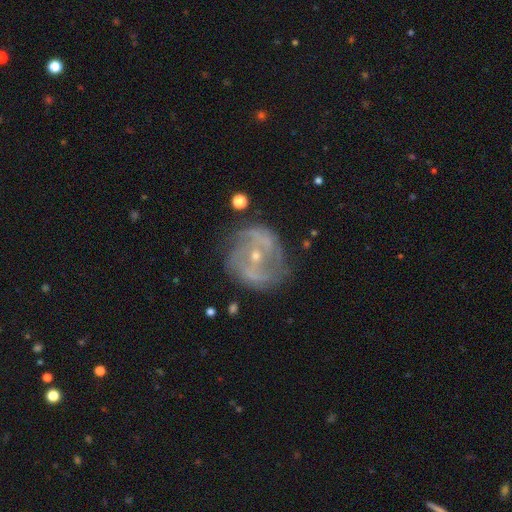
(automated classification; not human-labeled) Smooth or featured? featured or disk (82%)
Edge-on disk? no (96%)
Bar? no (40%)
Spiral arms? yes (87%)
Spiral winding? medium (44%)
Spiral arm count? 2 (57%)
Bulge size? small (69%)
Merging? none (71%)